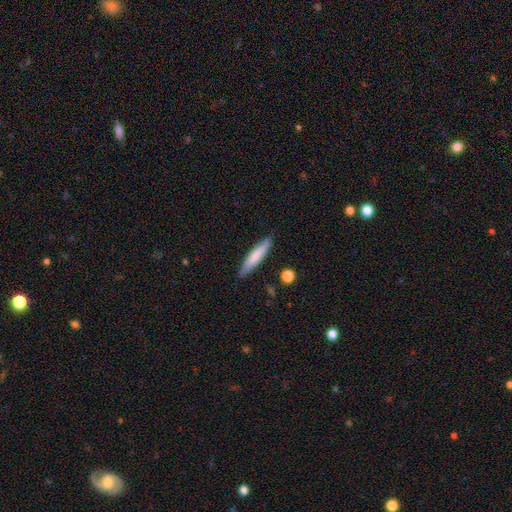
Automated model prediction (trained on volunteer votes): Morphology: type=smooth (75%); roundness=cigar-shaped (85%); merging=none (85%).